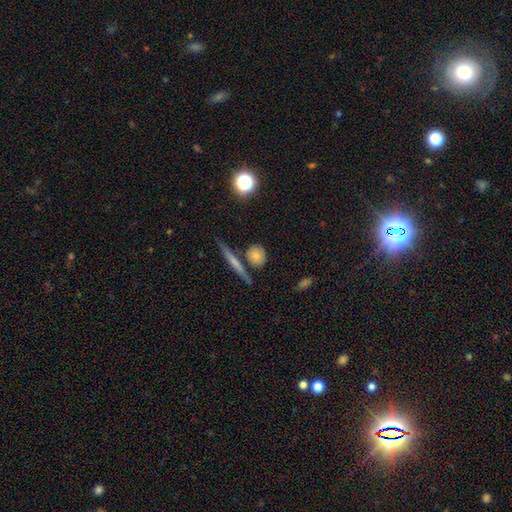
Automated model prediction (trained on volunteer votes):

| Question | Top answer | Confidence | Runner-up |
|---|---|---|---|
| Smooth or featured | smooth | 76% | featured or disk (15%) |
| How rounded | round | 70% | in between (19%) |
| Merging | none | 73% | minor disturbance (13%) |